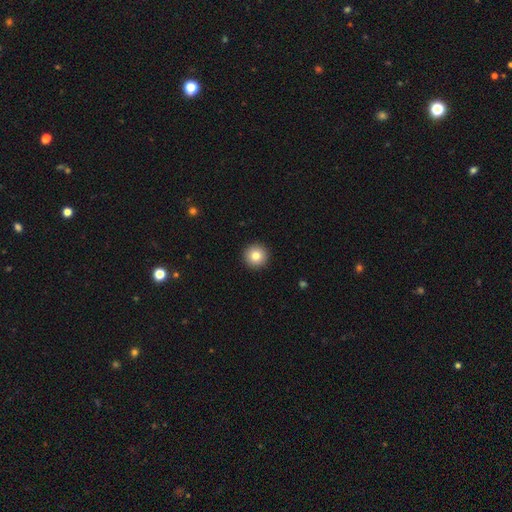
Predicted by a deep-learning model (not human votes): A smooth galaxy with no disk features (81%) that is round (96%).

Vote fractions:
- Smooth or featured? smooth: 81% / star or artifact: 10% / featured or disk: 9%
- How rounded? round: 96% / in between: 3% / cigar-shaped: 1%
- Merging? none: 94% / minor disturbance: 4% / major disturbance: 1% / merger: 1%